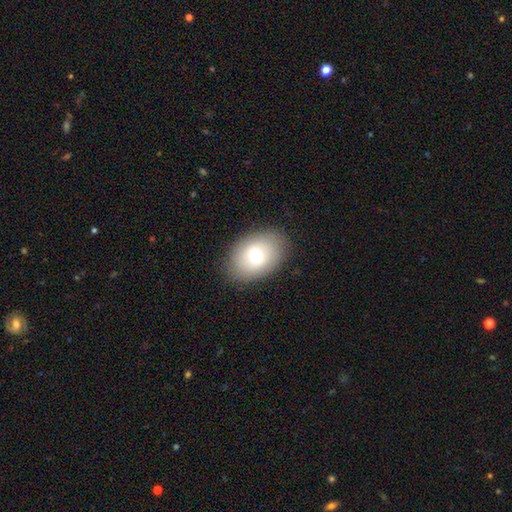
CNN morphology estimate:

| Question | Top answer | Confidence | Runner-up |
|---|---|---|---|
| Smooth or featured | smooth | 71% | featured or disk (20%) |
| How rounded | in between | 80% | round (19%) |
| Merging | none | 85% | minor disturbance (10%) |